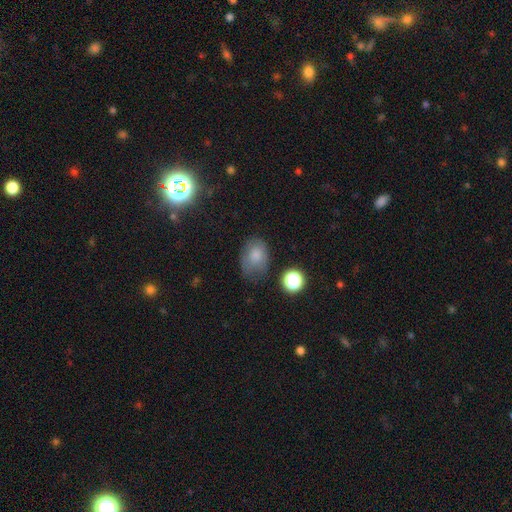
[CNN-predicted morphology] This is likely a smooth galaxy (76%). How rounded: likely in between (73%). Merging: possibly none (49%).